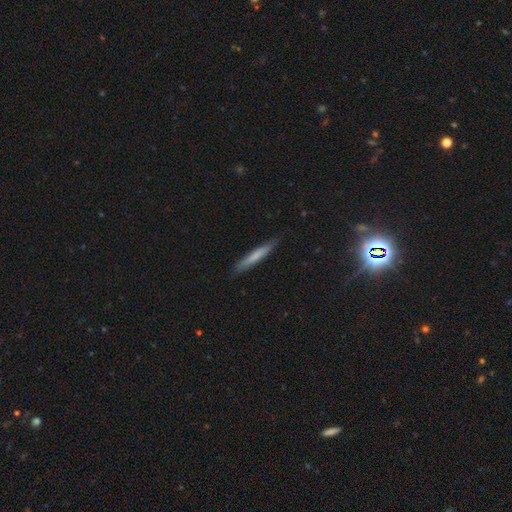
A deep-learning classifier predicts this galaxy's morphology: A smooth galaxy with no disk features (69%) that is cigar-shaped (95%).

Vote fractions:
- Smooth or featured? smooth: 69% / featured or disk: 25% / star or artifact: 6%
- How rounded? cigar-shaped: 95% / in between: 4% / round: 1%
- Merging? none: 86% / minor disturbance: 11% / major disturbance: 2% / merger: 1%